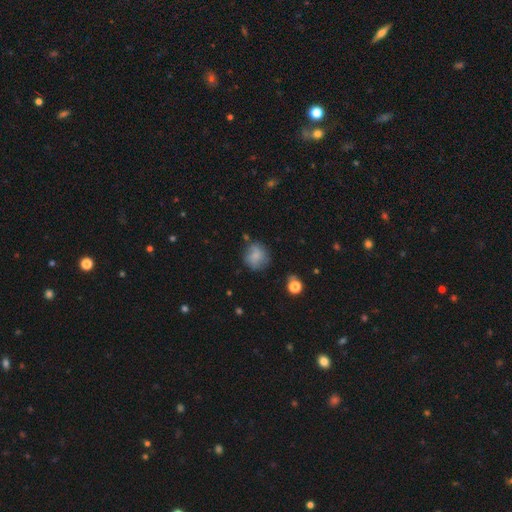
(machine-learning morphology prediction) smooth_or_featured: smooth (p=0.68) [alt: featured or disk p=0.21]
how_rounded: round (p=0.84) [alt: in between p=0.15]
merging: none (p=0.65) [alt: minor disturbance p=0.23]